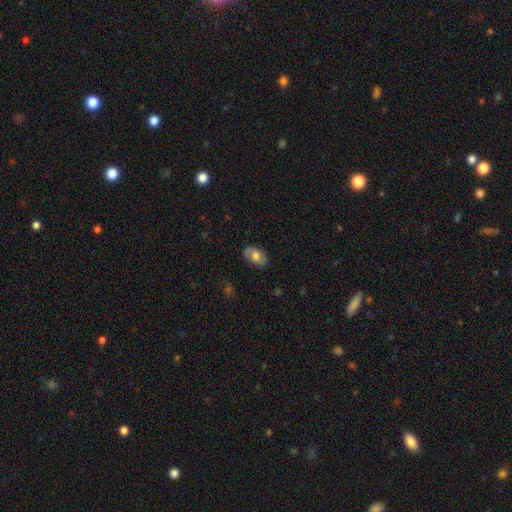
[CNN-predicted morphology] A smooth galaxy with no disk features (70%) that is in between round and cigar-shaped (91%). Merging: none (78%).